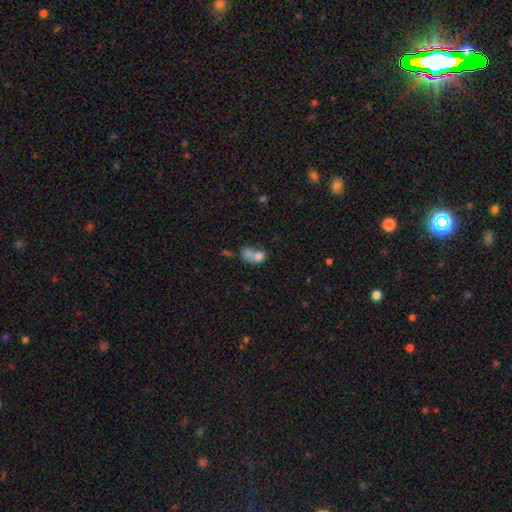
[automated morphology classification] Overall: smooth (72%). How rounded: in between (54%; round 45%). Merging: merger (67%).